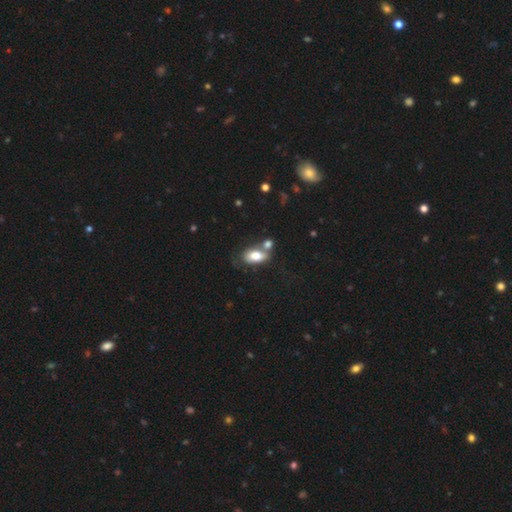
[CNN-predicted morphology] Overall: smooth (79%). How rounded: in between (89%). Merging: none (43%; merger 33%).